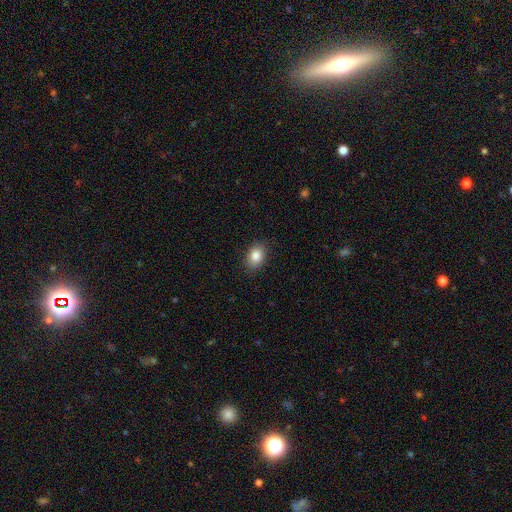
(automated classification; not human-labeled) This appears to be a smooth galaxy with no disk features (85%) that is in between round and cigar-shaped (79%). Merging: none (86%).